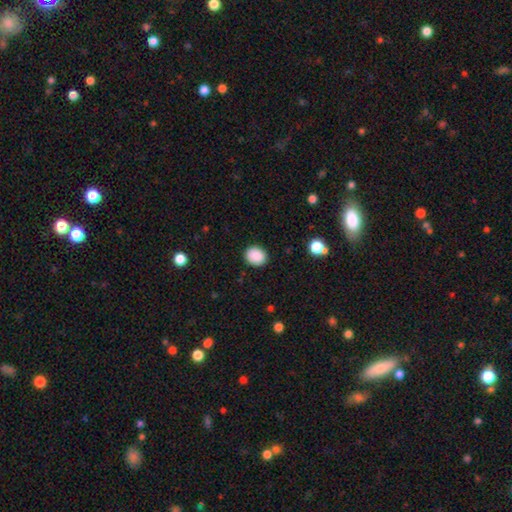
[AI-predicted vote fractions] Smooth or featured?
  - smooth: 89% *
  - star or artifact: 9%
  - featured or disk: 3%
How rounded?
  - round: 64% *
  - in between: 35%
  - cigar-shaped: 1%
Merging?
  - none: 89% *
  - minor disturbance: 8%
  - major disturbance: 2%
  - merger: 1%